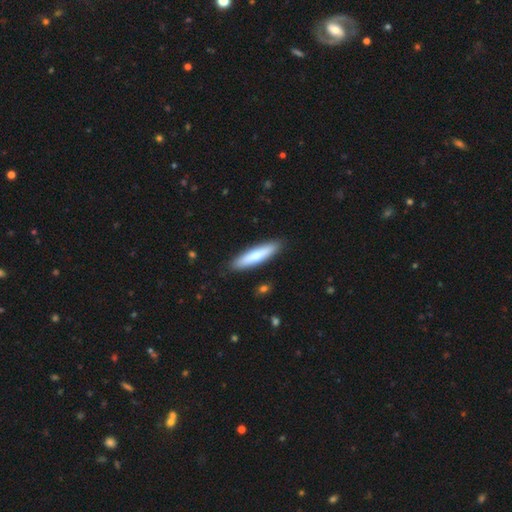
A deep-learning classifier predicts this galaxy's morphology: Q: Smooth or featured?
A: smooth (68%); runner-up: featured or disk (27%)
Q: How rounded?
A: cigar-shaped (78%); runner-up: in between (20%)
Q: Merging?
A: none (89%); runner-up: minor disturbance (8%)